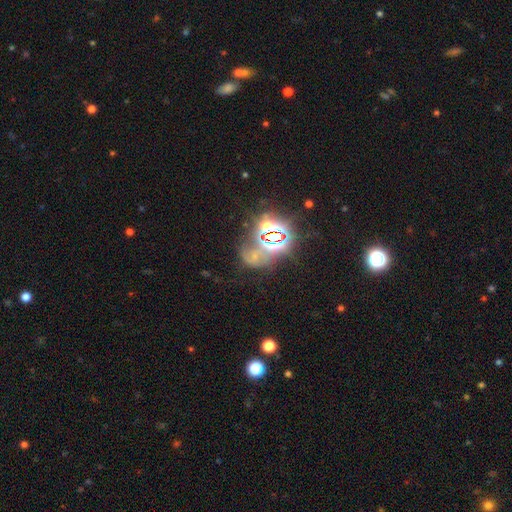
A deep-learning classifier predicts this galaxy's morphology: Overall: star or artifact (63%).